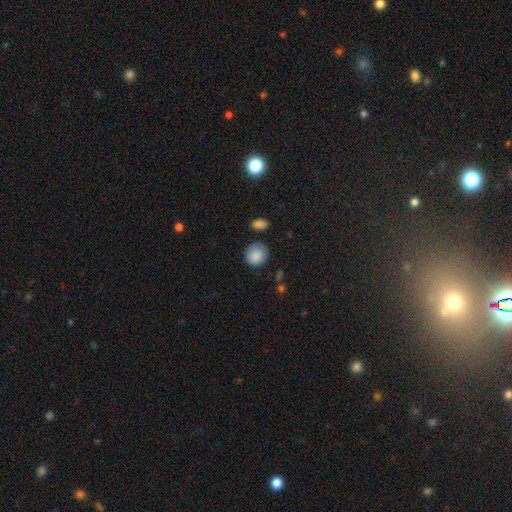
Smooth or featured?
  - smooth: 95% *
  - featured or disk: 5%
  - star or artifact: 0%
How rounded?
  - round: 83% *
  - in between: 17%
  - cigar-shaped: 0%
Merging?
  - none: 82% *
  - minor disturbance: 16%
  - major disturbance: 3%
  - merger: 0%